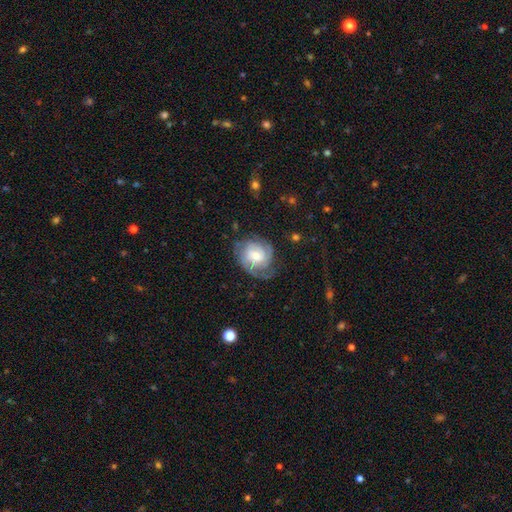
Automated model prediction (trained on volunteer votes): smooth_or_featured: featured or disk (p=0.78) [alt: smooth p=0.15]
disk_edge_on: no (p=0.98) [alt: yes p=0.02]
bar: no (p=0.57) [alt: weak p=0.36]
has_spiral_arms: yes (p=0.95) [alt: no p=0.05]
spiral_winding: tight (p=0.59) [alt: medium p=0.33]
spiral_arm_count: can't tell (p=0.28) [alt: 2 p=0.27]
bulge_size: moderate (p=0.49) [alt: small p=0.32]
merging: none (p=0.65) [alt: minor disturbance p=0.22]